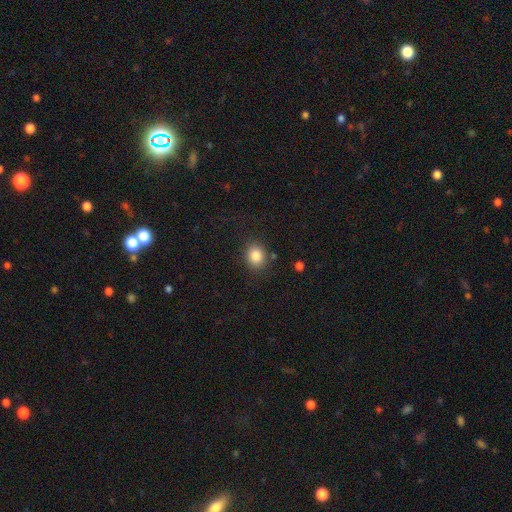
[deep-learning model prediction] Smooth or featured?
  - smooth: 84% *
  - star or artifact: 10%
  - featured or disk: 5%
How rounded?
  - round: 63% *
  - in between: 36%
  - cigar-shaped: 1%
Merging?
  - none: 83% *
  - minor disturbance: 11%
  - major disturbance: 3%
  - merger: 3%